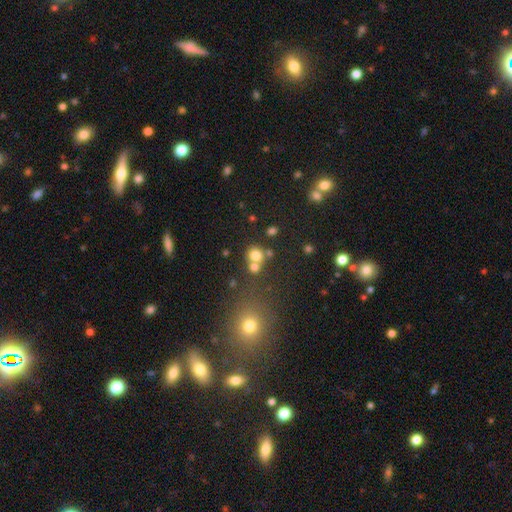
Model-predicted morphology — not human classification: The model was most divided on "merging": none: 49%, merger: 39%, minor disturbance: 8%, major disturbance: 4%. More confident: how rounded — round (81%); smooth or featured — smooth (73%).